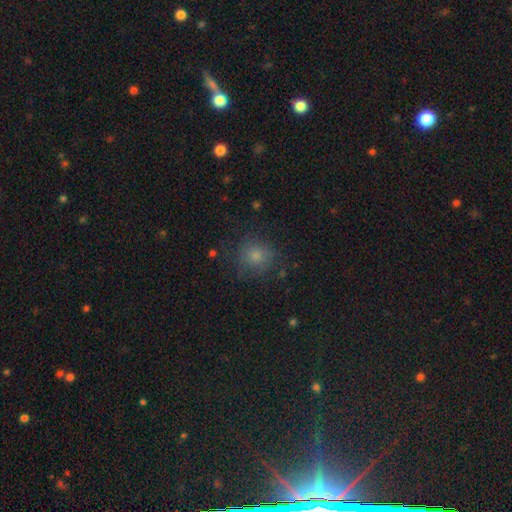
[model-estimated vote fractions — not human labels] Smooth or featured? Predicted: smooth (p=0.78). How rounded? Predicted: round (p=0.88). Merging? Predicted: none (p=0.76).